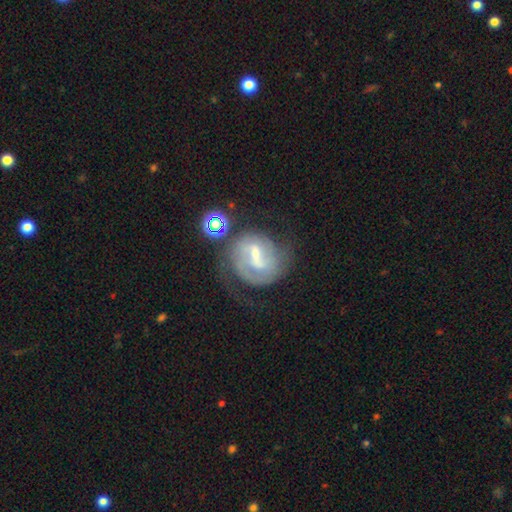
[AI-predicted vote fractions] This is likely a featured or disk galaxy (74%). It is clearly not viewed edge-on (97%). Bar: possibly weak (52%). Spiral arm pattern: clearly yes (85%). Spiral arm count: possibly 2 (57%). Spiral winding: marginally medium (43%). Central bulge: possibly small (52%). Merging: possibly none (46%).